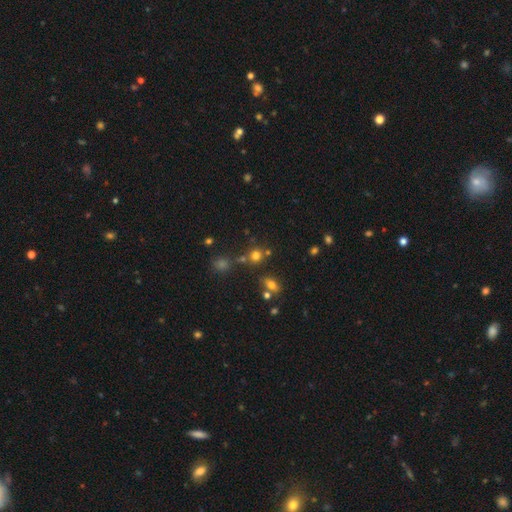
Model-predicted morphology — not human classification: This is likely a smooth galaxy (72%). How rounded: clearly round (85%). Merging: likely none (69%).